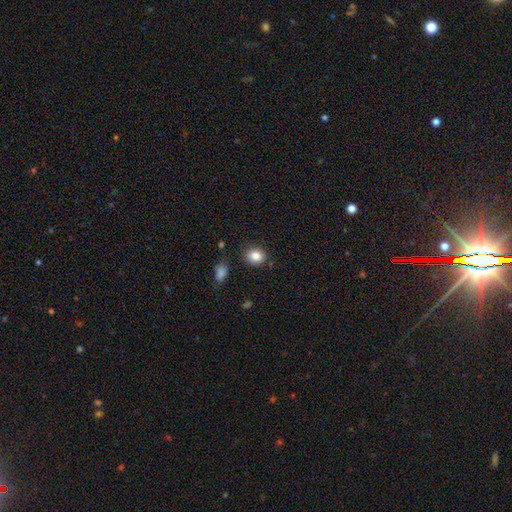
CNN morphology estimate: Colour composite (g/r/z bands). It shows a smooth galaxy with no disk features (84%) that is round (62%). Merging: none (83%).